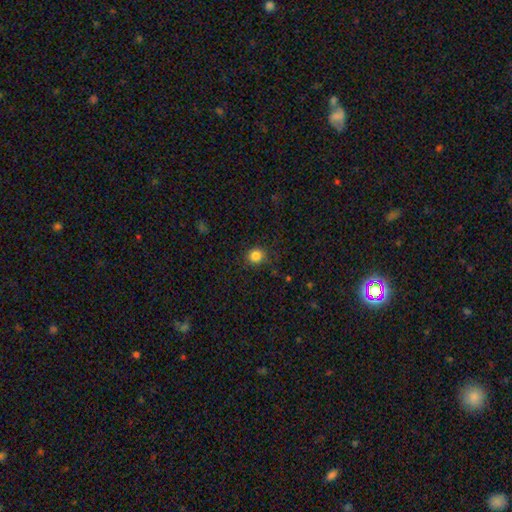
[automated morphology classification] smooth 84%, star or artifact 12%, featured or disk 4%. Down the decision tree: how rounded — round (85%); merging — none (85%).